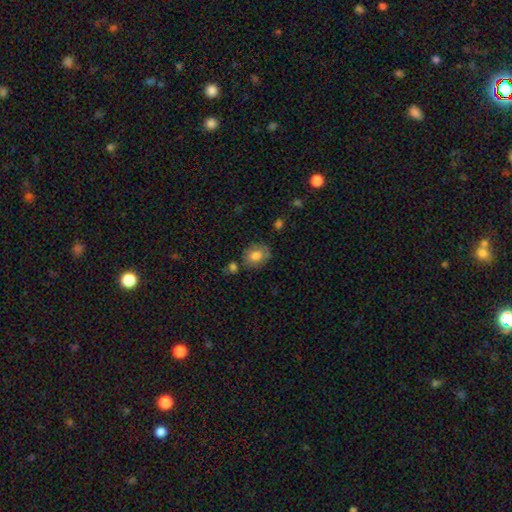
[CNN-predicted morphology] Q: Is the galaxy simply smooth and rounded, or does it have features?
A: smooth — 79%.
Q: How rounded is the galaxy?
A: in between — 54%.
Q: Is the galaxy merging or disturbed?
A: none — 72%.